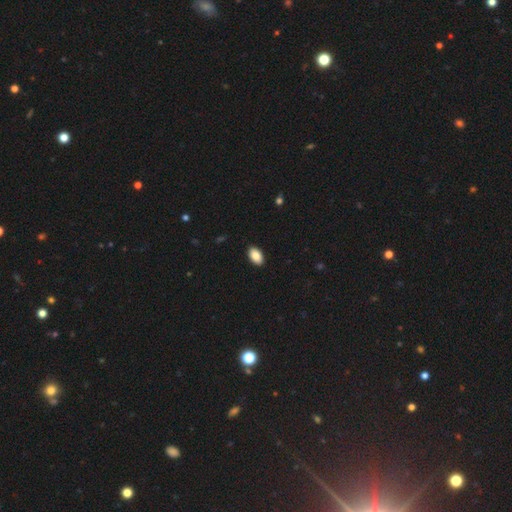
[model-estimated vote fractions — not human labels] Morphology: type=smooth (88%); roundness=in between (94%); merging=none (91%).